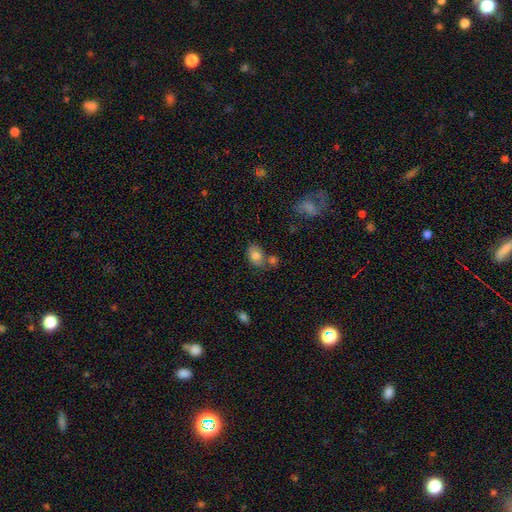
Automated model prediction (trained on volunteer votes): This appears to be a smooth galaxy with no disk features (80%) that is in between round and cigar-shaped (78%). Merging: none (53%).